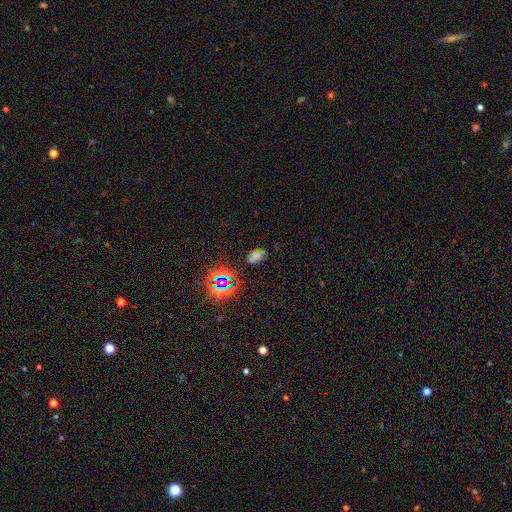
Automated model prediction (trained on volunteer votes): Overall: smooth (48%; star or artifact 38%). Merging: none (66%).